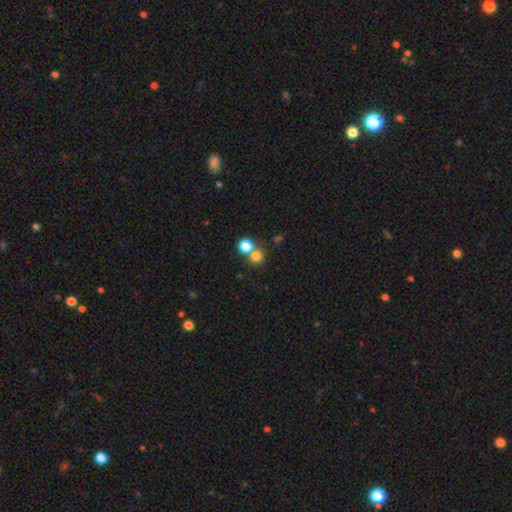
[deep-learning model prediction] Overall: smooth (75%). How rounded: round (90%). Merging: none (60%; merger 30%).